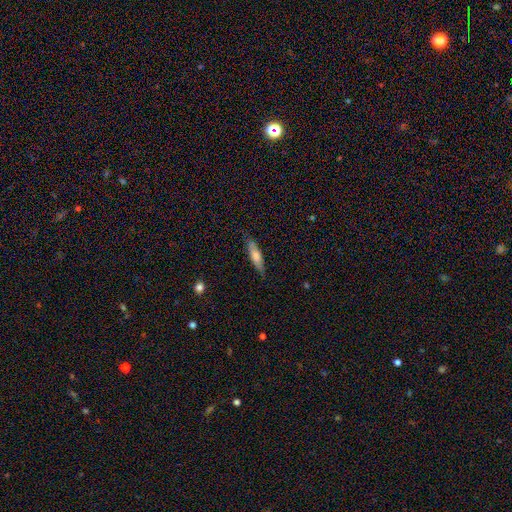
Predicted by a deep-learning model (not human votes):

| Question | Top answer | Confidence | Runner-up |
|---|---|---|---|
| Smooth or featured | smooth | 66% | featured or disk (28%) |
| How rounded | cigar-shaped | 71% | in between (27%) |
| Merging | none | 82% | minor disturbance (14%) |